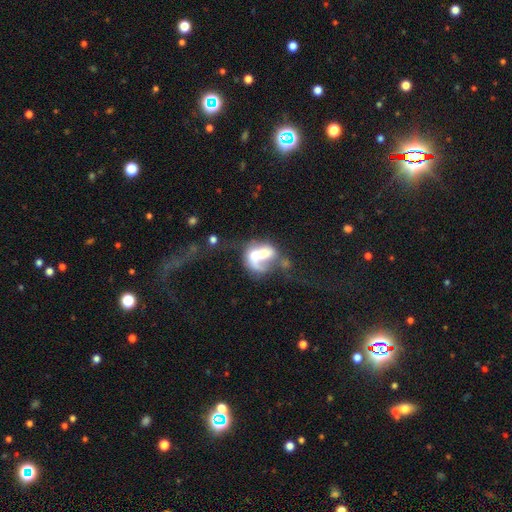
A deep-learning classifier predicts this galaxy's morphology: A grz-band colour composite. It shows a featured or disk galaxy (52%) with no bar (74%), no spiral arms (64%) and a moderate central bulge (36%). Merging: merger (52%).